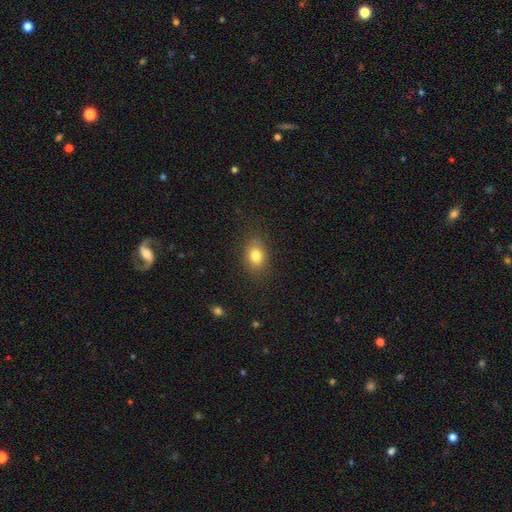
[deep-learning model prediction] Smooth or featured? smooth (81%)
How rounded? in between (70%)
Merging? none (83%)